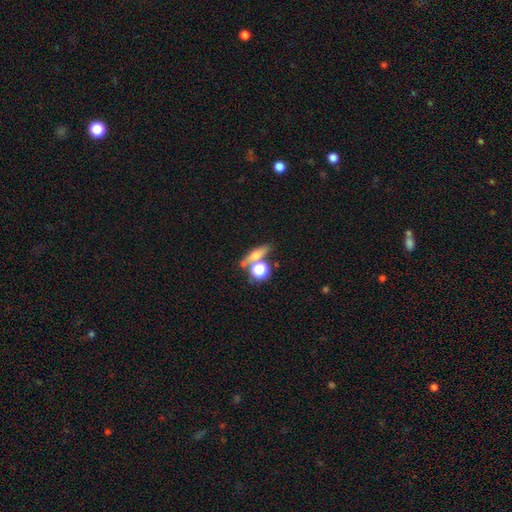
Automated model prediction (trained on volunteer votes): Morphology: type=smooth (55%); roundness=cigar-shaped (37%); merging=none (62%).